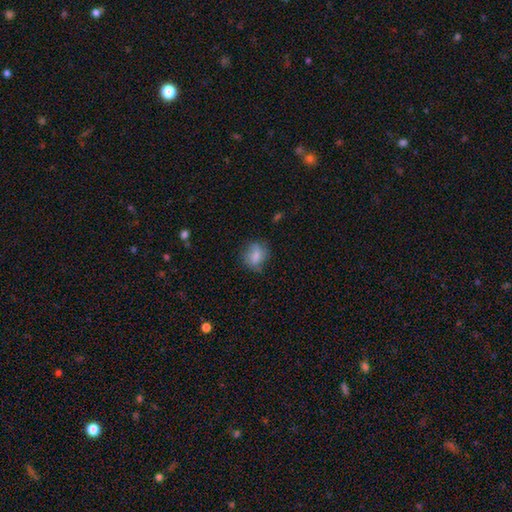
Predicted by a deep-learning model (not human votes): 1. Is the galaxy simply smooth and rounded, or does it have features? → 80% smooth, 11% featured or disk, 9% star or artifact.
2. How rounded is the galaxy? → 54% round, 45% in between, 2% cigar-shaped.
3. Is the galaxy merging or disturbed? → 68% none, 23% minor disturbance, 7% major disturbance, 2% merger.